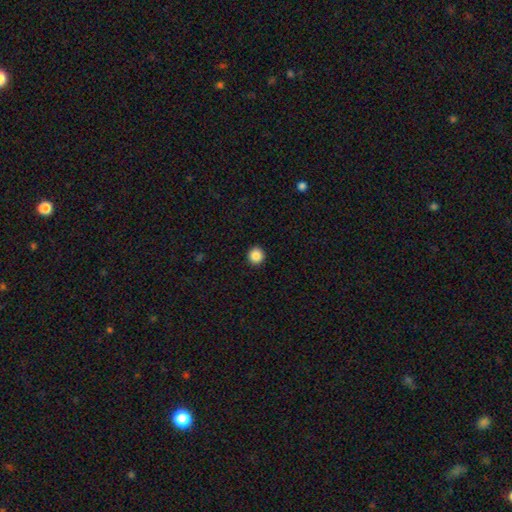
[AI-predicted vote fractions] Overall: smooth (87%). How rounded: round (94%). Merging: none (93%).